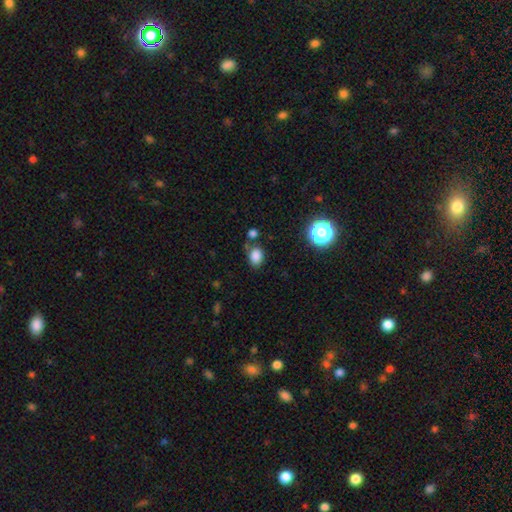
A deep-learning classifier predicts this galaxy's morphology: Overall: smooth (83%). How rounded: in between (68%; round 31%). Merging: none (70%).